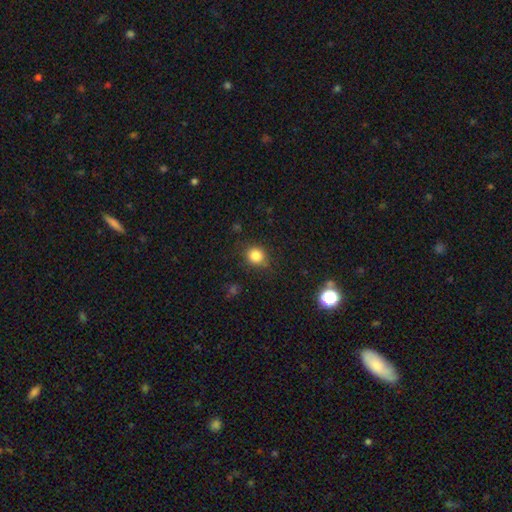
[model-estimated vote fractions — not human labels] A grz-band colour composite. It shows a smooth galaxy with no disk features (83%) that is round (80%). Merging: none (81%).